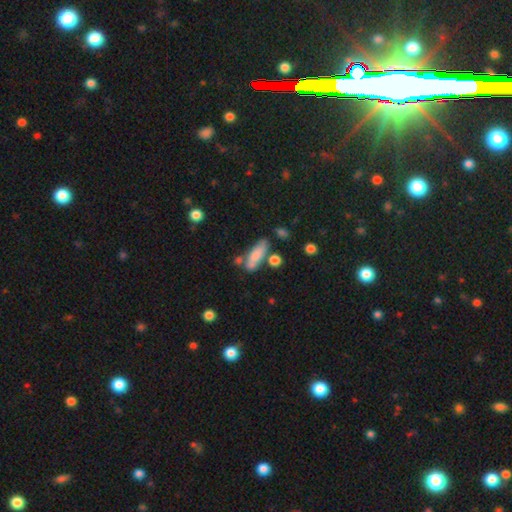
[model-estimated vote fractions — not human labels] Q: Smooth or featured?
A: smooth (73%); runner-up: featured or disk (19%)
Q: How rounded?
A: in between (56%); runner-up: cigar-shaped (41%)
Q: Merging?
A: none (54%); runner-up: minor disturbance (20%)